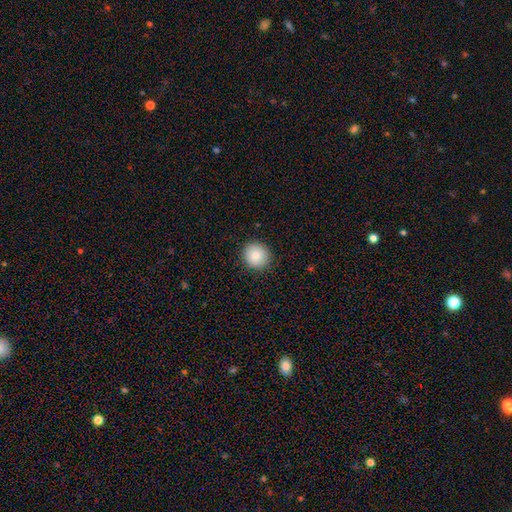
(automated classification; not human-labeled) Smooth or featured? smooth (85%)
How rounded? round (91%)
Merging? none (90%)